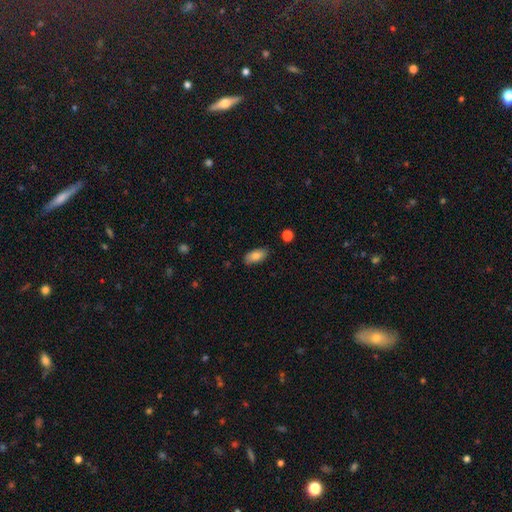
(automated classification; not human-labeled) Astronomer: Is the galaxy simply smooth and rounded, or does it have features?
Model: smooth — 81%.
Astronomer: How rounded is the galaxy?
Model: in between — 91%.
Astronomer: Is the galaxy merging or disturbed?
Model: none — 85%.